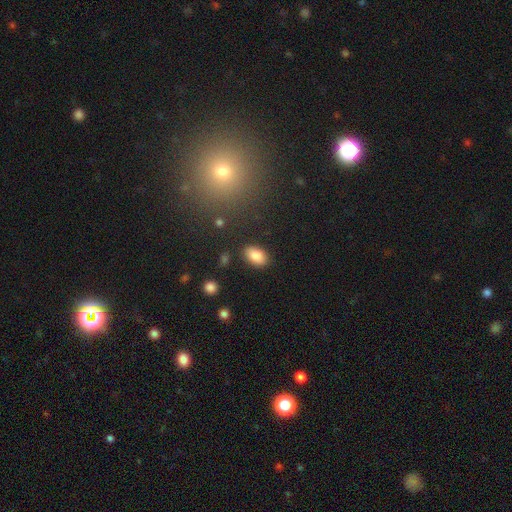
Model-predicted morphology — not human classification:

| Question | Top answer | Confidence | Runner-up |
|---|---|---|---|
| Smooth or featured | smooth | 87% | star or artifact (8%) |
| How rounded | in between | 91% | round (7%) |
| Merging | none | 85% | minor disturbance (10%) |